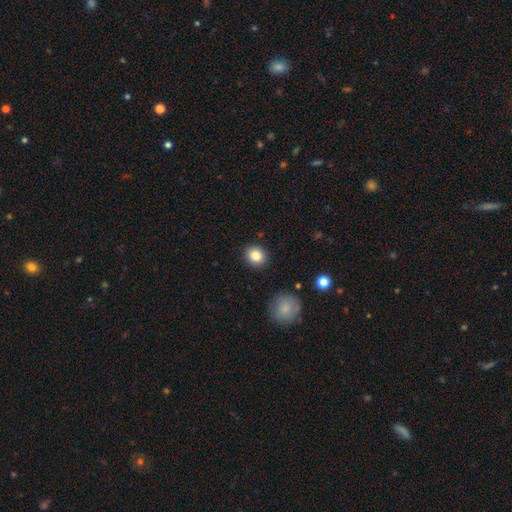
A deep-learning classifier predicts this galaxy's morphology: Smooth or featured? Predicted: smooth (p=0.86). How rounded? Predicted: round (p=0.81). Merging? Predicted: none (p=0.89).